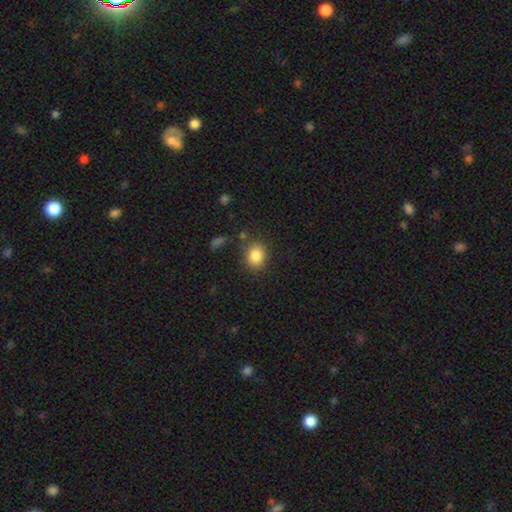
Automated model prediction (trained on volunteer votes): Q: Smooth or featured?
A: smooth (85%); runner-up: star or artifact (9%)
Q: How rounded?
A: round (55%); runner-up: in between (44%)
Q: Merging?
A: none (78%); runner-up: minor disturbance (13%)